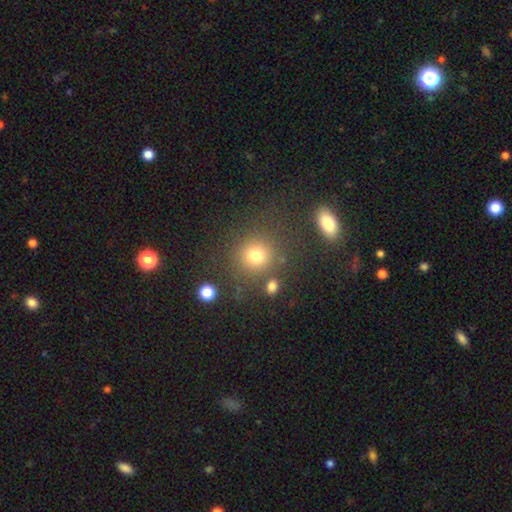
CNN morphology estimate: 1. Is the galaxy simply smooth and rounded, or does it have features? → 77% smooth, 15% star or artifact, 7% featured or disk.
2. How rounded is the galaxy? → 89% round, 10% in between, 1% cigar-shaped.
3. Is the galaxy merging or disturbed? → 79% none, 9% minor disturbance, 7% merger, 5% major disturbance.